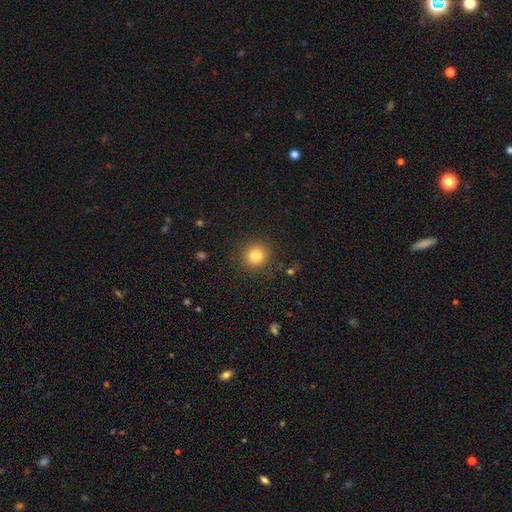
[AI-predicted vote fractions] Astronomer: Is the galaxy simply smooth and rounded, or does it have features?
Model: smooth — 81%.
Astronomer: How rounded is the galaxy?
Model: round — 93%.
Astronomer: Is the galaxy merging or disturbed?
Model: none — 89%.